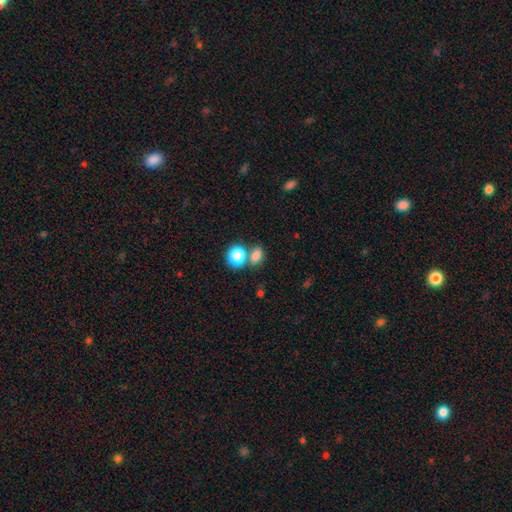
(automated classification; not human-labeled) Smooth or featured? smooth (79%)
How rounded? in between (56%)
Merging? none (54%)